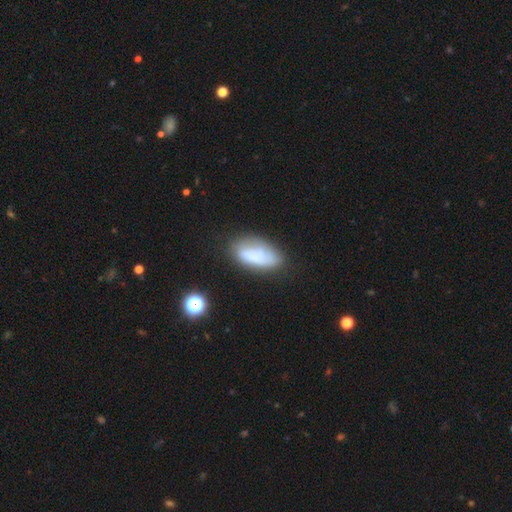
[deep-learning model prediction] This is likely a smooth galaxy (68%). How rounded: clearly in between (88%). Merging: likely none (61%).